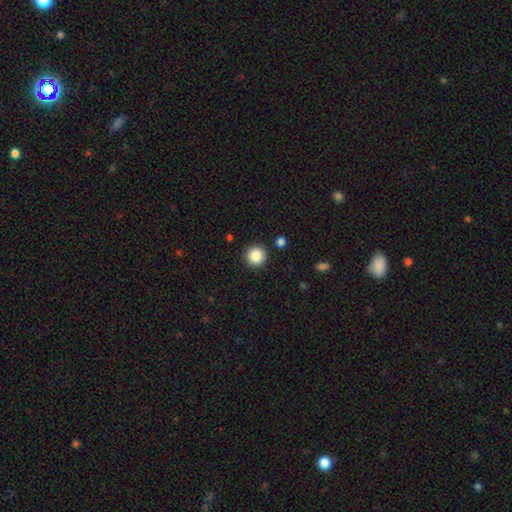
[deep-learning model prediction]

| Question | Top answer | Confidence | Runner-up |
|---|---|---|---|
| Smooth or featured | smooth | 87% | star or artifact (10%) |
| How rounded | round | 96% | in between (3%) |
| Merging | none | 91% | minor disturbance (5%) |